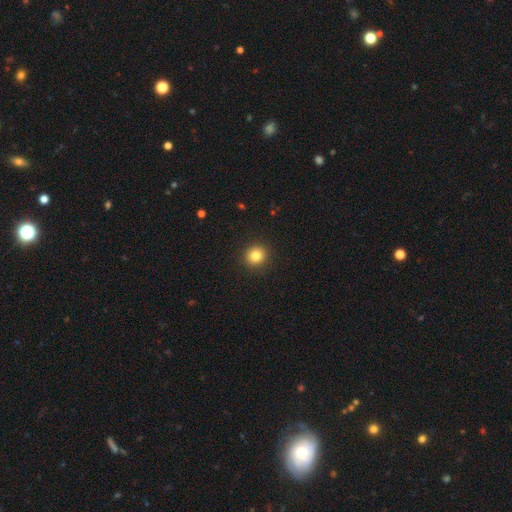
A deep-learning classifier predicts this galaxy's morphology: A smooth galaxy with no disk features (82%) that is round (90%).

Vote fractions:
- Smooth or featured? smooth: 82% / star or artifact: 11% / featured or disk: 6%
- How rounded? round: 90% / in between: 10% / cigar-shaped: 1%
- Merging? none: 92% / minor disturbance: 5% / major disturbance: 2% / merger: 1%